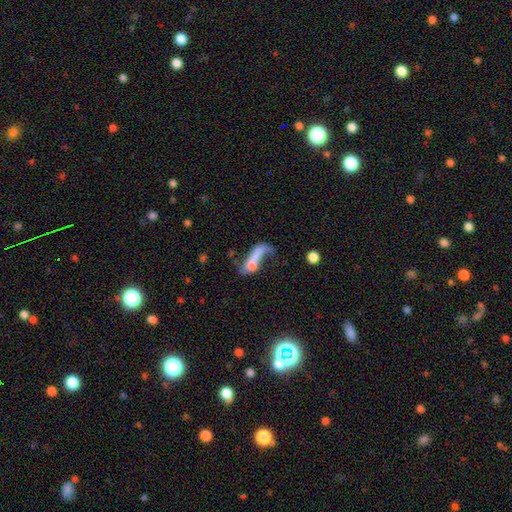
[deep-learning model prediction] Morphology: type=smooth (50%); merging=major disturbance (44%).